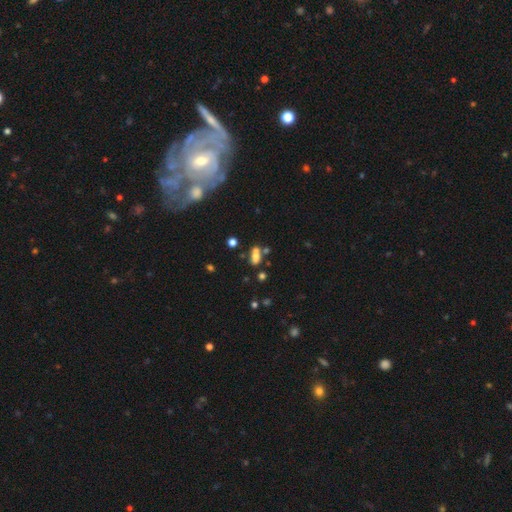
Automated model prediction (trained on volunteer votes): Smooth or featured?
  - smooth: 72% *
  - featured or disk: 14%
  - star or artifact: 14%
How rounded?
  - in between: 77% *
  - cigar-shaped: 14%
  - round: 9%
Merging?
  - none: 48% *
  - merger: 30%
  - minor disturbance: 15%
  - major disturbance: 7%